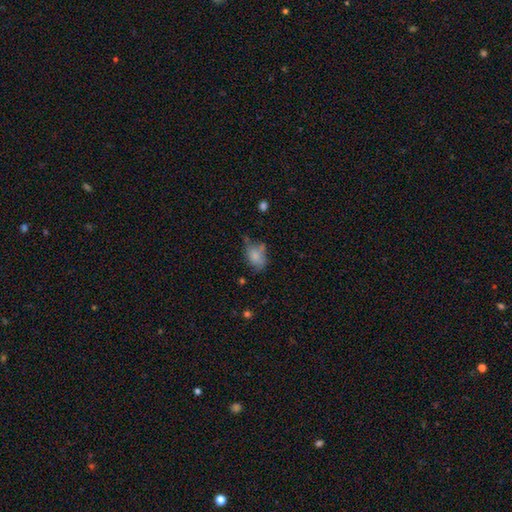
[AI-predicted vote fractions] Morphology: type=smooth (74%); roundness=in between (79%); merging=none (44%).